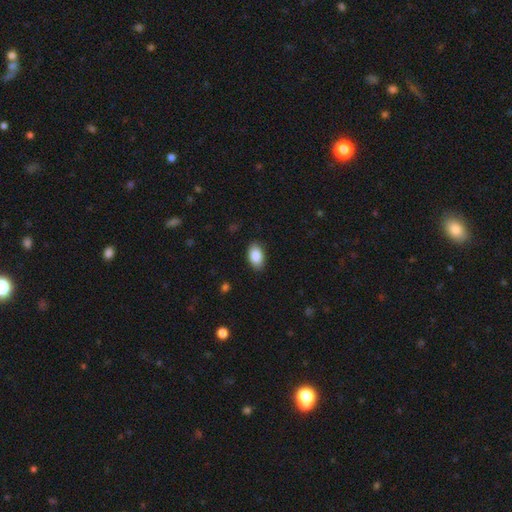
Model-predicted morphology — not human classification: Smooth or featured? smooth (88%)
How rounded? in between (92%)
Merging? none (87%)